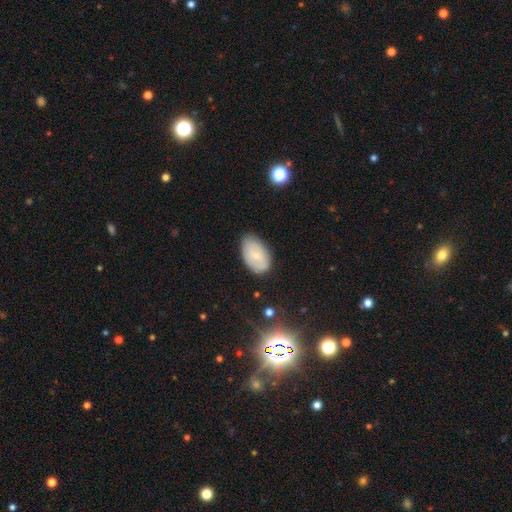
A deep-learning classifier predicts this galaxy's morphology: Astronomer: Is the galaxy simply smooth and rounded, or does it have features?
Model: smooth — 61%.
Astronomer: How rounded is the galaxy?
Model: in between — 92%.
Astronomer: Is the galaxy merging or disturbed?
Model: none — 76%.